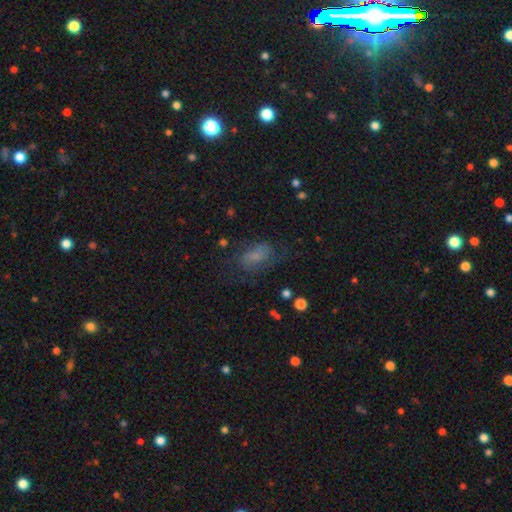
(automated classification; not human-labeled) smooth_or_featured: smooth (p=0.54) [alt: featured or disk p=0.31]
how_rounded: in between (p=0.87) [alt: round p=0.10]
merging: none (p=0.51) [alt: minor disturbance p=0.24]